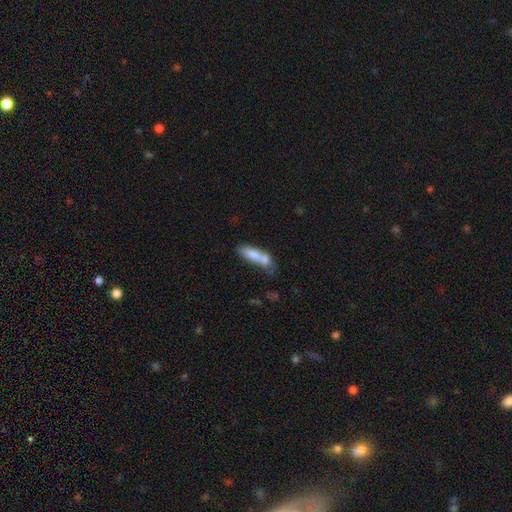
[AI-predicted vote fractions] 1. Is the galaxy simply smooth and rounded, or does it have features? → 72% smooth, 20% featured or disk, 8% star or artifact.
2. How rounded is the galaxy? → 50% in between, 48% cigar-shaped, 3% round.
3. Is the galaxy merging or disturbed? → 51% merger, 27% none, 14% minor disturbance, 8% major disturbance.